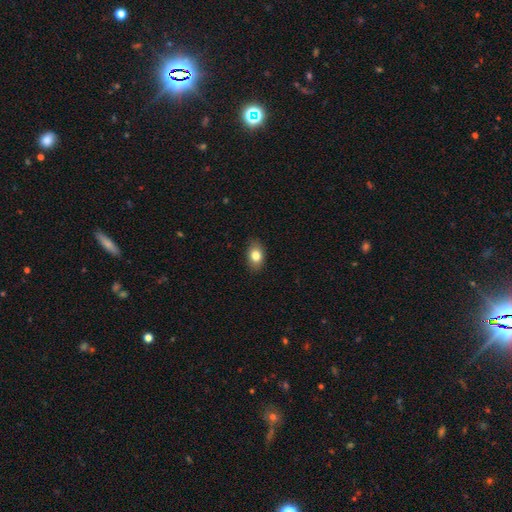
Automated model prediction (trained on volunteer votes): Morphology: type=smooth (82%); roundness=in between (82%); merging=none (87%).